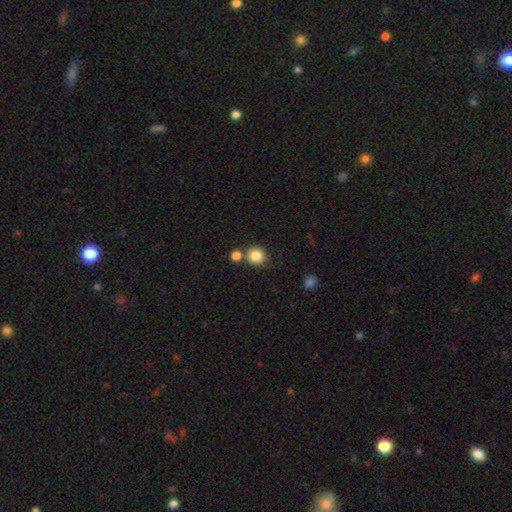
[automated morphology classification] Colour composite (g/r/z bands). It shows a smooth galaxy with no disk features (85%) that is round (89%). Merging: none (71%).